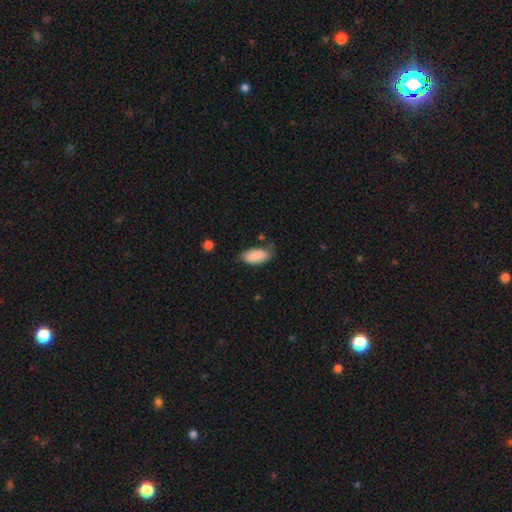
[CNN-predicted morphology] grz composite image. It shows a smooth galaxy with no disk features (89%) that is in between round and cigar-shaped (93%). Merging: none (64%).